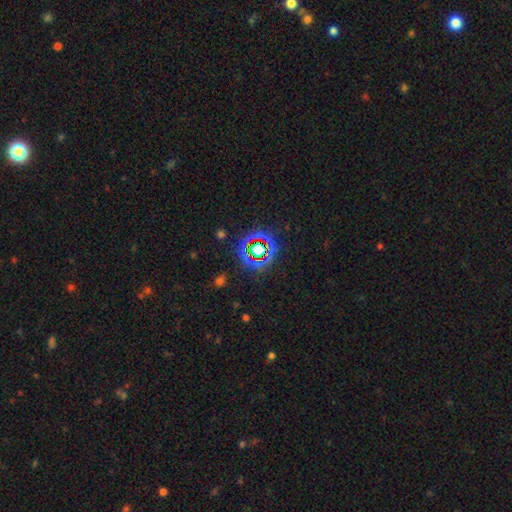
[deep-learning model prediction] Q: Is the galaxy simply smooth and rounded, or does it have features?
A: star or artifact — 58%.